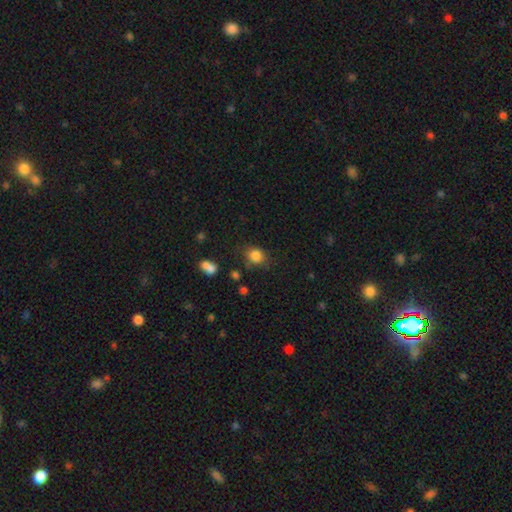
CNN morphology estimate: Overall: smooth (83%). How rounded: round (67%; in between 32%). Merging: none (71%).